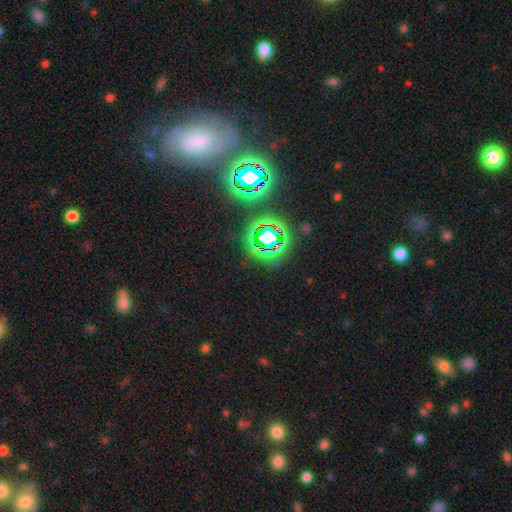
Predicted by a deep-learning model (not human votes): Morphology: type=star or artifact (67%).